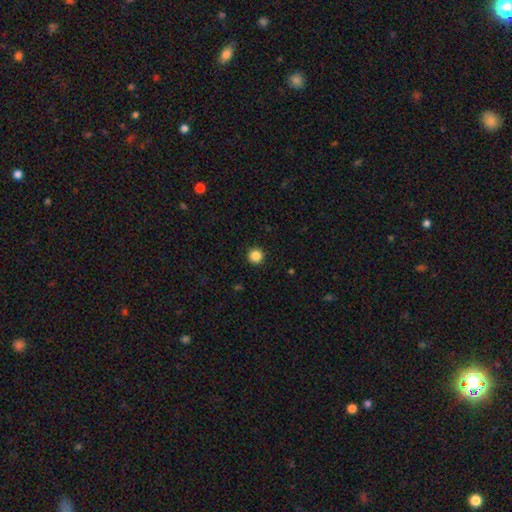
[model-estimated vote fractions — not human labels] smooth 86%, star or artifact 11%, featured or disk 3%. Down the decision tree: how rounded — round (96%); merging — none (93%).